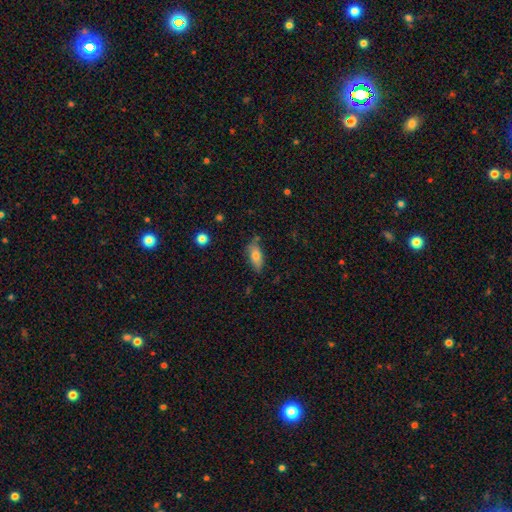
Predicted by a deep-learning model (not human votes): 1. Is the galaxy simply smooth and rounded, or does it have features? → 74% smooth, 19% featured or disk, 8% star or artifact.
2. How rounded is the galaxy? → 79% in between, 18% cigar-shaped, 3% round.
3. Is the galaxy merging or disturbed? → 70% none, 21% minor disturbance, 4% merger, 4% major disturbance.